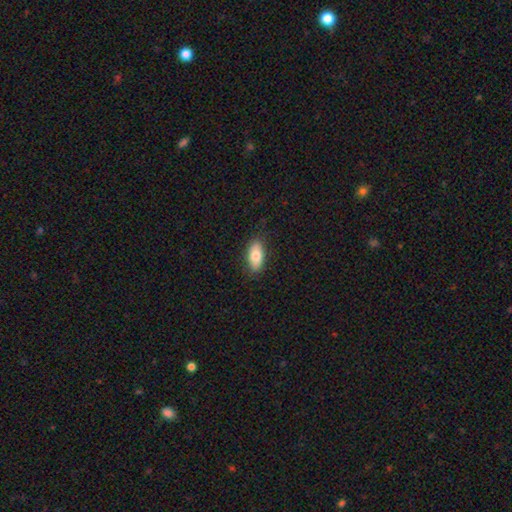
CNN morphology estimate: smooth_or_featured: smooth (p=0.77) [alt: featured or disk p=0.16]
how_rounded: in between (p=0.88) [alt: cigar-shaped p=0.09]
merging: none (p=0.86) [alt: minor disturbance p=0.11]